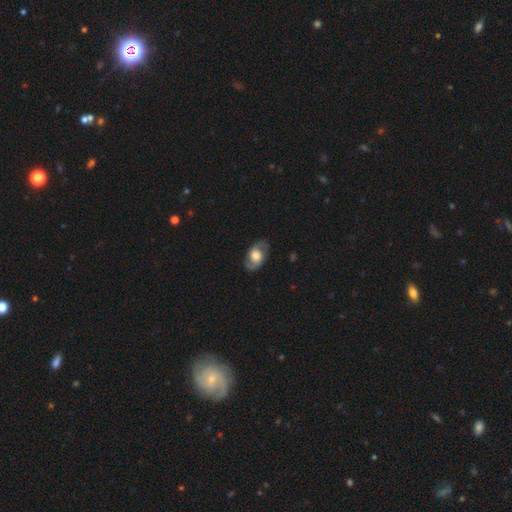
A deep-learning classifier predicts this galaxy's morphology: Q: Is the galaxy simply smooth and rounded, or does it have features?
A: featured or disk — 61%.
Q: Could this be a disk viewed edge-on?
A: no — 93%.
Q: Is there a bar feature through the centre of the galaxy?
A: no — 68%.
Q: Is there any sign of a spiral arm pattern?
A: yes — 75%.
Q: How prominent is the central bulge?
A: large — 47%.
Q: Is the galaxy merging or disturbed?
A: none — 80%.